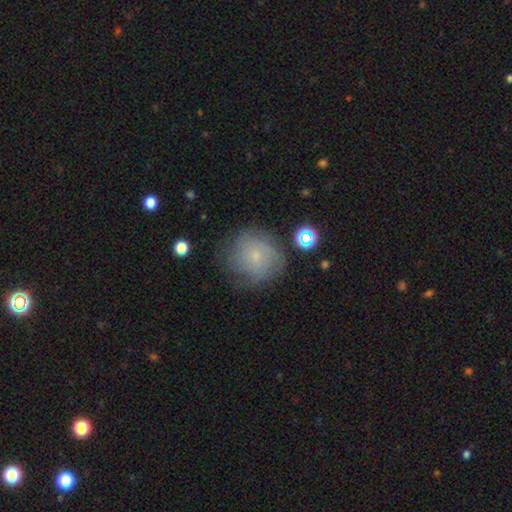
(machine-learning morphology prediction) The model was most divided on "smooth or featured": smooth: 51%, featured or disk: 36%, star or artifact: 12%. More confident: how rounded — round (89%); merging — none (72%).